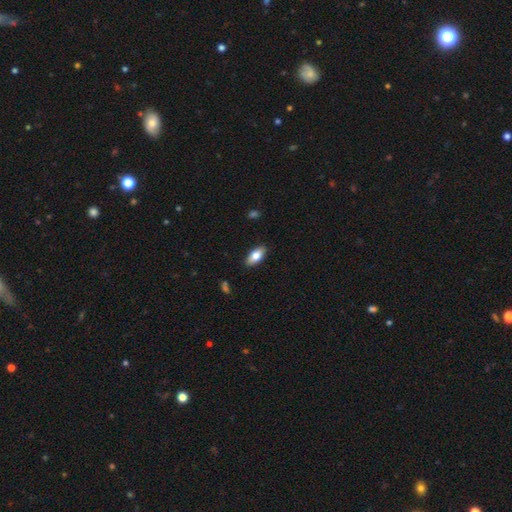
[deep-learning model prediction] smooth_or_featured: smooth (p=0.77) [alt: featured or disk p=0.16]
how_rounded: in between (p=0.88) [alt: cigar-shaped p=0.09]
merging: none (p=0.89) [alt: minor disturbance p=0.09]